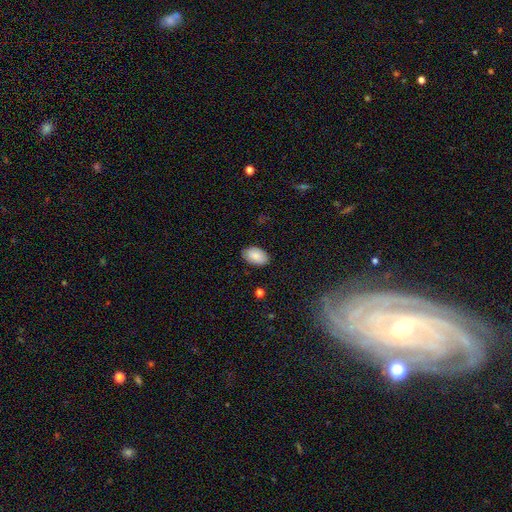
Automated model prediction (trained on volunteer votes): smooth-or-featured: smooth: 86% | featured or disk: 8% | star or artifact: 7%
  how-rounded: in between: 93% | round: 6% | cigar-shaped: 1%
  merging: none: 83% | minor disturbance: 13% | major disturbance: 3% | merger: 1%